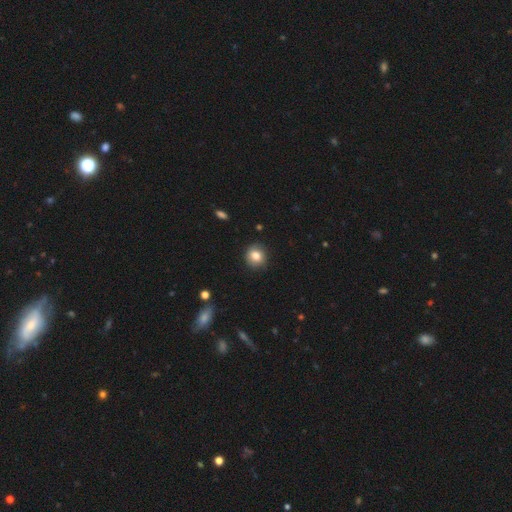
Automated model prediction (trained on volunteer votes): smooth-or-featured: smooth: 81% | star or artifact: 10% | featured or disk: 10%
  how-rounded: round: 88% | in between: 11% | cigar-shaped: 1%
  merging: none: 86% | minor disturbance: 10% | major disturbance: 2% | merger: 1%